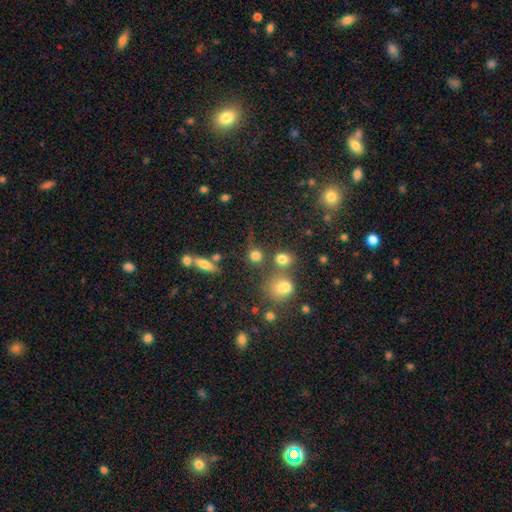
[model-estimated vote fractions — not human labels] smooth 77%, star or artifact 15%, featured or disk 8%. Down the decision tree: how rounded — round (85%); merging — none (61%).